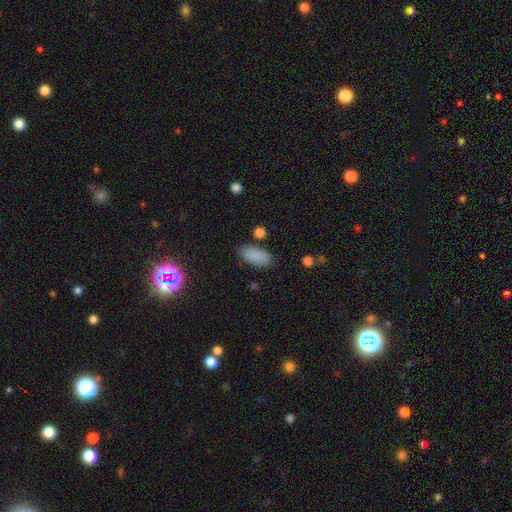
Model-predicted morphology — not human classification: smooth 87%, star or artifact 8%, featured or disk 5%. Down the decision tree: how rounded — in between (90%); merging — none (81%).